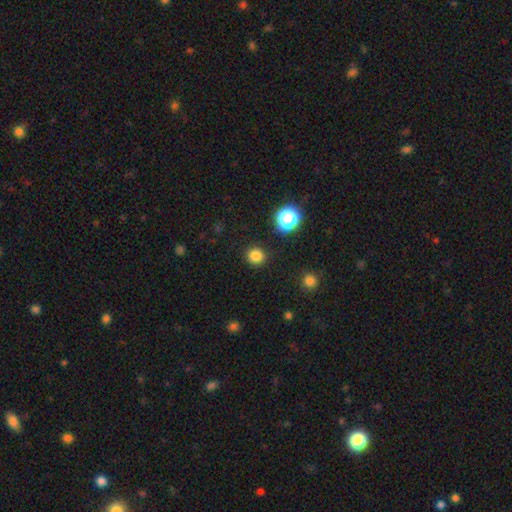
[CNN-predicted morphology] This appears to be a smooth galaxy with no disk features (82%) that is round (92%). Merging: none (91%).